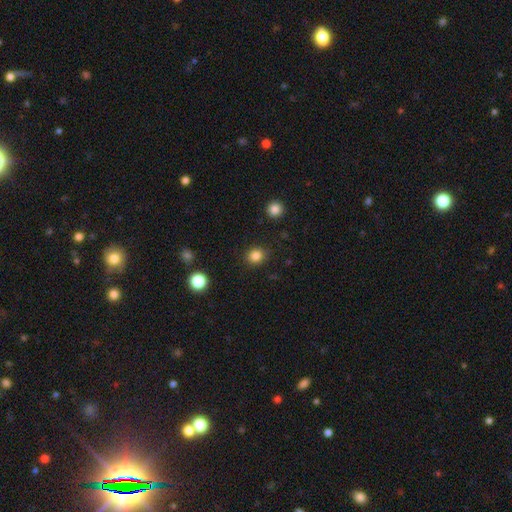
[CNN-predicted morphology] type=smooth (83%); roundness=round (83%); merging=none (88%).